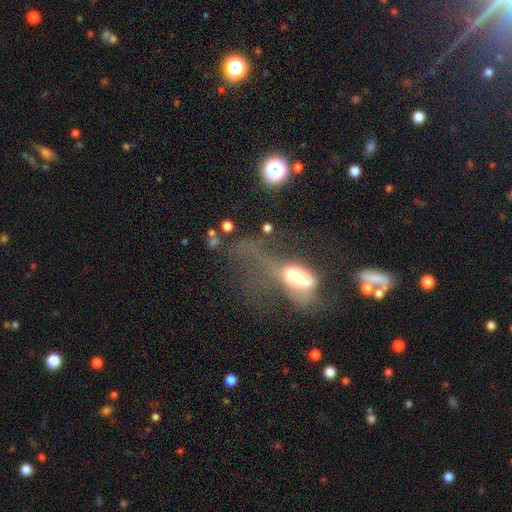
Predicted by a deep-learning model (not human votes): Overall: featured or disk (38%; star or artifact 34%). Merging: major disturbance (41%; none 30%).